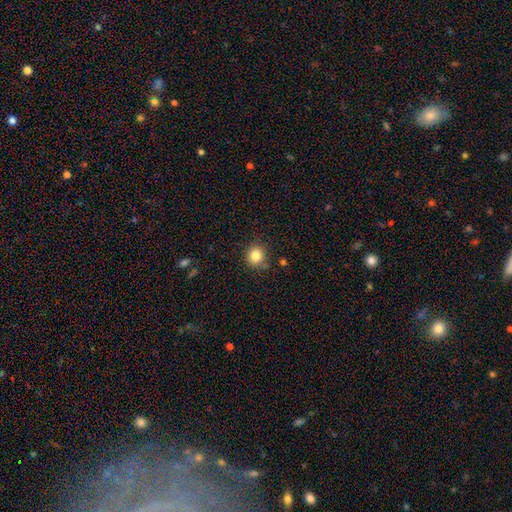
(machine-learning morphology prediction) Overall: smooth (83%). How rounded: round (89%). Merging: none (81%).